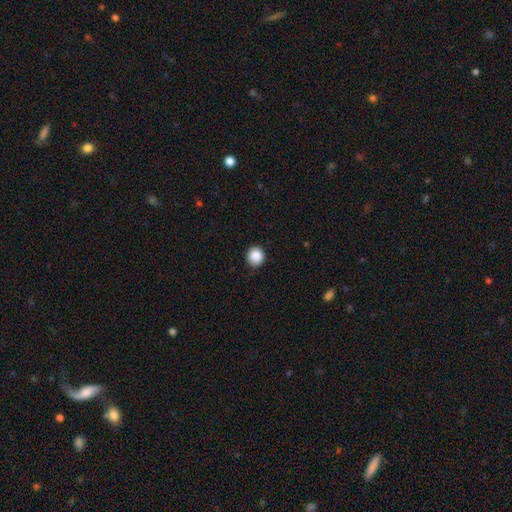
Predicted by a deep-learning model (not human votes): This appears to be a smooth galaxy with no disk features (88%) that is round (91%). Merging: none (89%).